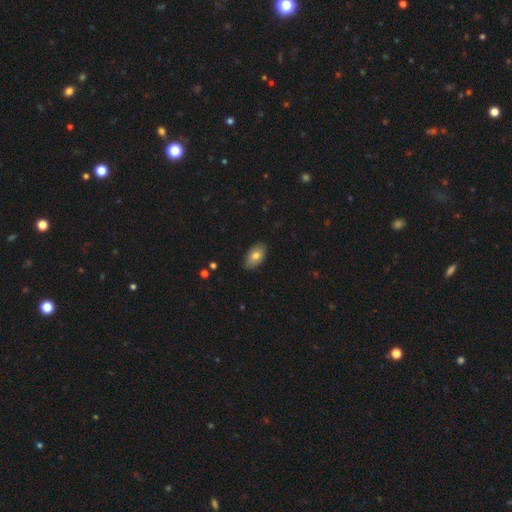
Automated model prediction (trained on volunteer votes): This appears to be a smooth galaxy with no disk features (77%) that is in between round and cigar-shaped (93%). Merging: none (82%).